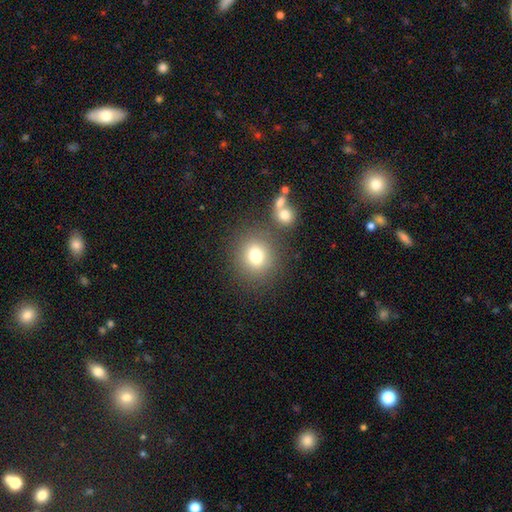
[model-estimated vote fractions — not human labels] Smooth or featured: smooth — 77% (star or artifact — 13%)
How rounded: round — 77% (in between — 22%)
Merging: none — 75% (minor disturbance — 10%)